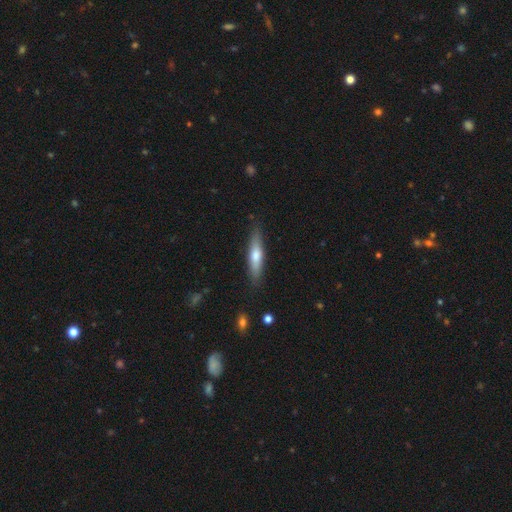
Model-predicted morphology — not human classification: A smooth galaxy with no disk features (55%) that is cigar-shaped (83%). Merging: none (86%).